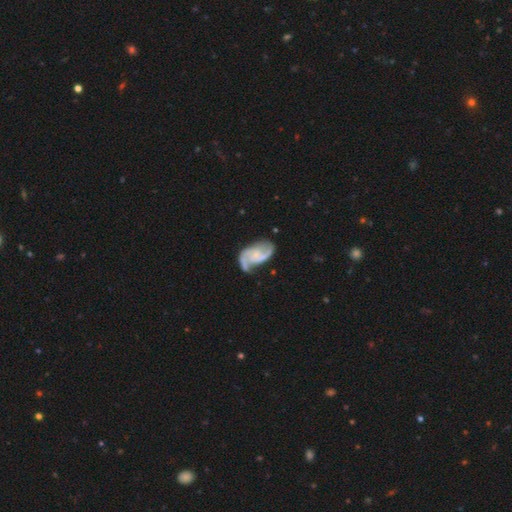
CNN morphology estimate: Overall: featured or disk (87%). Edge-on disk: no (98%). Bar: no (54%; weak 37%). Spiral arms: yes (97%). Spiral arm count: 2 (86%). Spiral winding: medium (48%; loose 33%). Bulge size: small (48%; none 34%). Merging: none (58%; minor disturbance 24%).